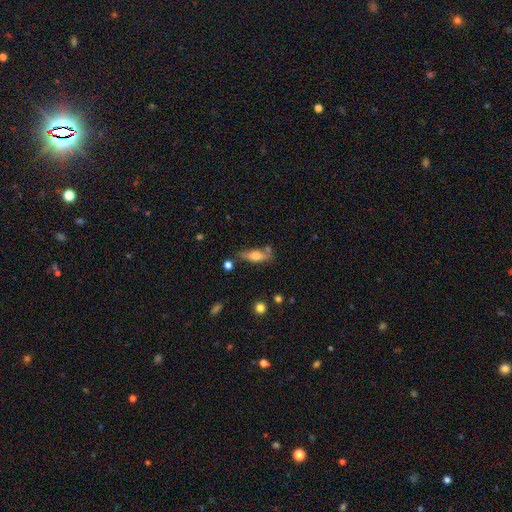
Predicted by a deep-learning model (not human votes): Smooth or featured?
  - smooth: 59% *
  - featured or disk: 33%
  - star or artifact: 7%
How rounded?
  - in between: 51% *
  - cigar-shaped: 46%
  - round: 3%
Merging?
  - none: 62% *
  - minor disturbance: 20%
  - merger: 12%
  - major disturbance: 6%